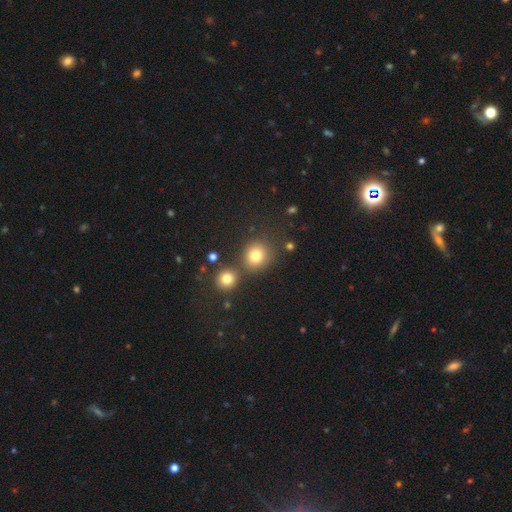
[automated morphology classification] smooth 78%, star or artifact 14%, featured or disk 8%. Down the decision tree: how rounded — round (83%); merging — none (70%).